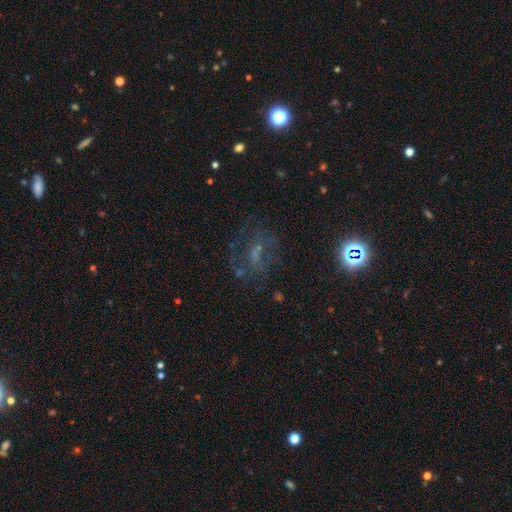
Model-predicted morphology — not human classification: Smooth or featured?
  - featured or disk: 45% *
  - star or artifact: 34%
  - smooth: 22%
Merging?
  - none: 61% *
  - major disturbance: 19%
  - minor disturbance: 16%
  - merger: 3%